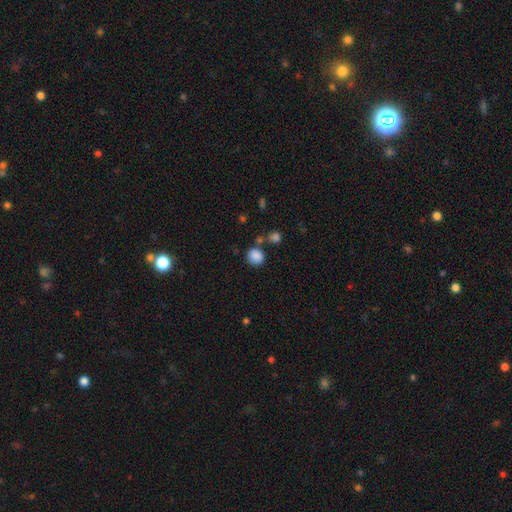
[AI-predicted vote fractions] Q: Smooth or featured?
A: smooth (86%); runner-up: star or artifact (10%)
Q: How rounded?
A: round (77%); runner-up: in between (22%)
Q: Merging?
A: none (70%); runner-up: merger (14%)